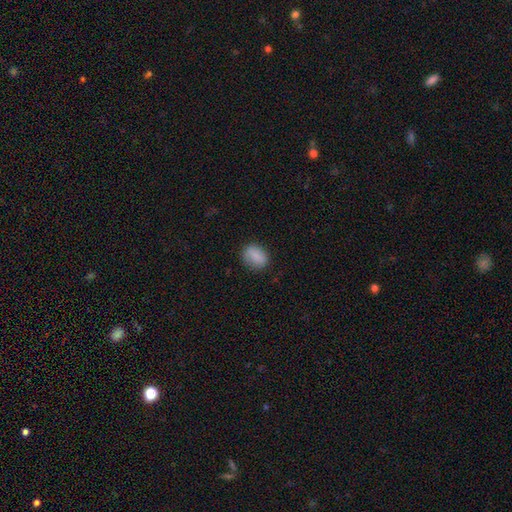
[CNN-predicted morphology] Overall: smooth (84%). How rounded: in between (57%; round 42%). Merging: none (80%).